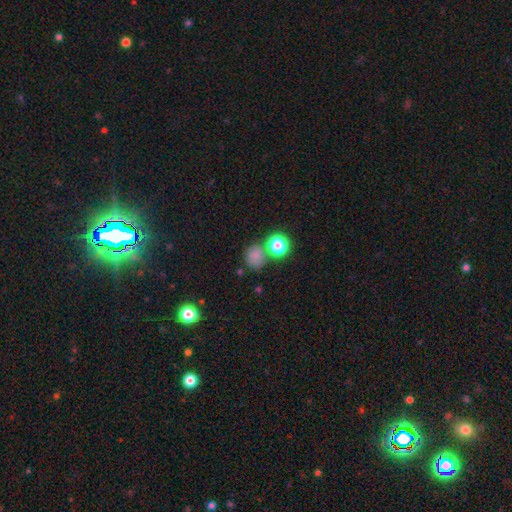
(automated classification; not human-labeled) smooth_or_featured: smooth (p=0.75) [alt: star or artifact p=0.18]
how_rounded: round (p=0.78) [alt: in between p=0.21]
merging: none (p=0.59) [alt: merger p=0.20]